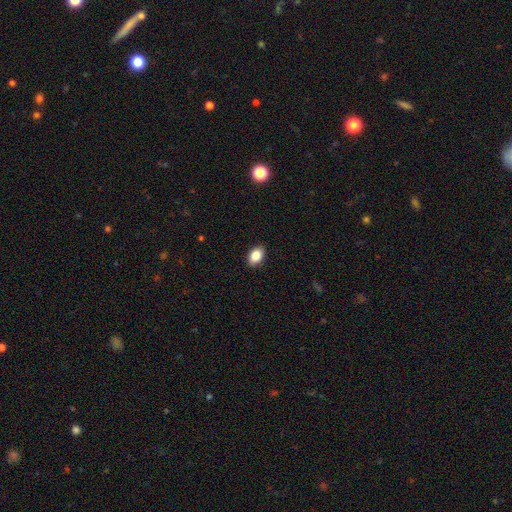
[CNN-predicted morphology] This is clearly a smooth galaxy (86%). How rounded: clearly in between (84%). Merging: clearly none (89%).